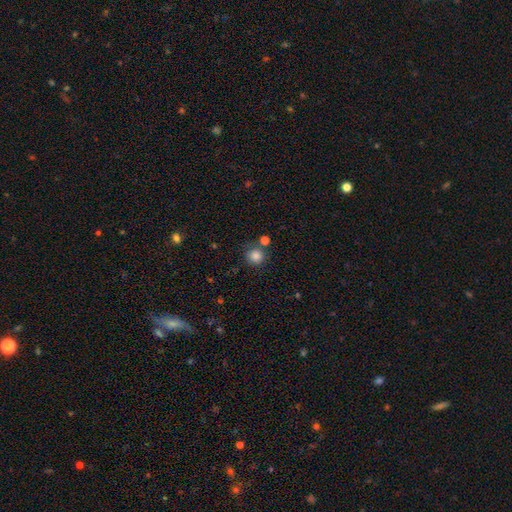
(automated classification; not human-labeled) Smooth or featured? smooth (85%)
How rounded? round (91%)
Merging? none (74%)